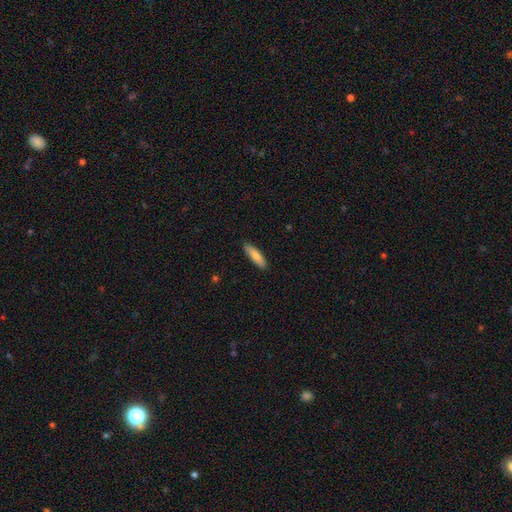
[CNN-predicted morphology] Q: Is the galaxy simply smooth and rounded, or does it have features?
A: smooth — 82%.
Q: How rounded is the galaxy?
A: cigar-shaped — 68%.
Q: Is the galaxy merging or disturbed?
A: none — 88%.